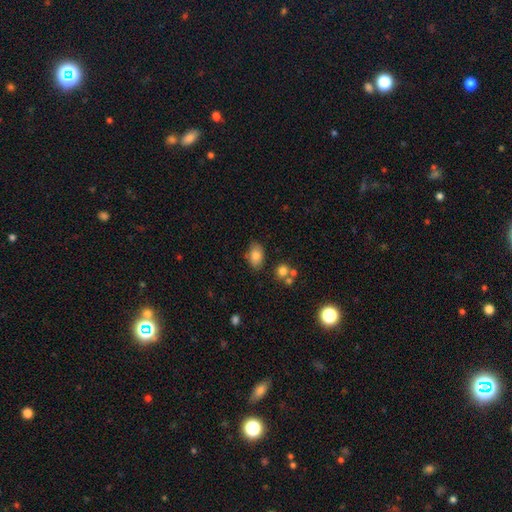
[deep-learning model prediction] Smooth or featured: smooth — 82% (featured or disk — 10%)
How rounded: in between — 88% (round — 11%)
Merging: none — 73% (minor disturbance — 18%)